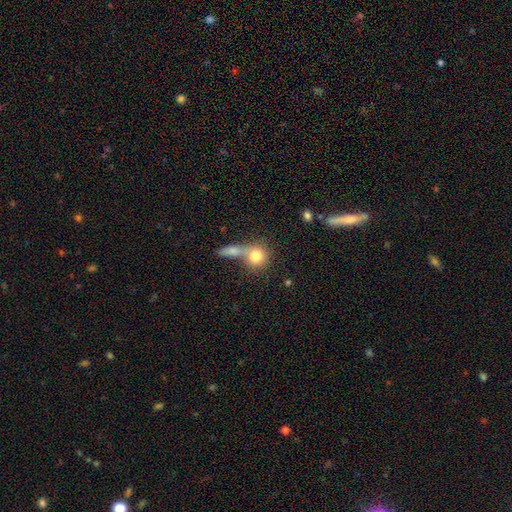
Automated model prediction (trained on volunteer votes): Q: Smooth or featured?
A: smooth (79%); runner-up: featured or disk (13%)
Q: How rounded?
A: round (82%); runner-up: in between (15%)
Q: Merging?
A: merger (45%); runner-up: none (40%)